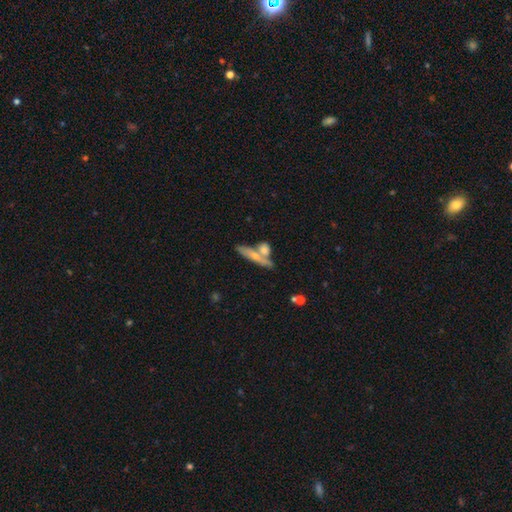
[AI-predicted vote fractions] This appears to be a smooth galaxy with no disk features (56%) that is cigar-shaped (66%). Merging: none (46%).